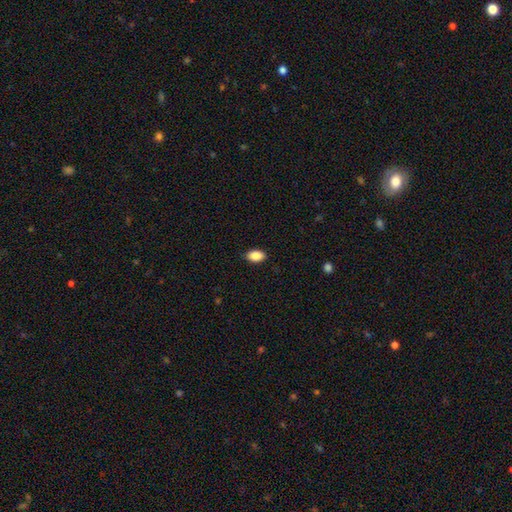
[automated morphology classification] Smooth or featured: smooth — 88% (star or artifact — 7%)
How rounded: in between — 91% (round — 6%)
Merging: none — 87% (minor disturbance — 10%)